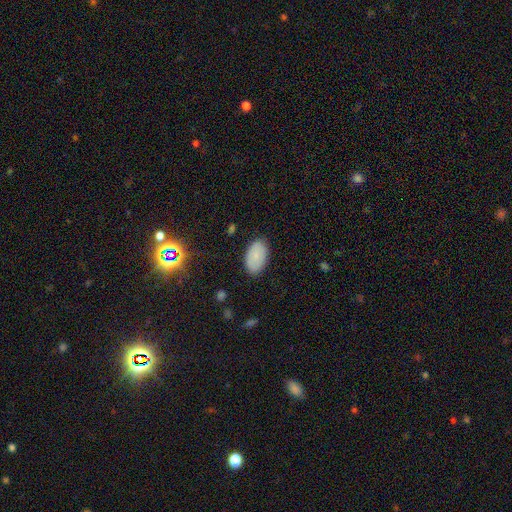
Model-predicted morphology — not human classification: Overall: smooth (81%). How rounded: in between (94%). Merging: none (86%).